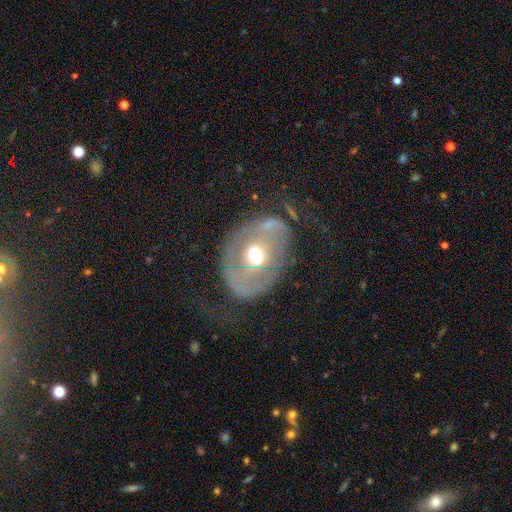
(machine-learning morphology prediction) A featured or disk galaxy (61%) with no bar (54%), no spiral arms (62%) and a moderate central bulge (69%).

Vote fractions:
- Smooth or featured? featured or disk: 61% / smooth: 29% / star or artifact: 9%
- Edge-on disk? no: 94% / yes: 6%
- Bar? no: 54% / weak: 33% / strong: 13%
- Spiral arms? no: 62% / yes: 38%
- Bulge size? moderate: 69% / large: 14% / small: 13% / dominant: 2% / none: 1%
- Merging? none: 46% / major disturbance: 26% / minor disturbance: 23% / merger: 6%